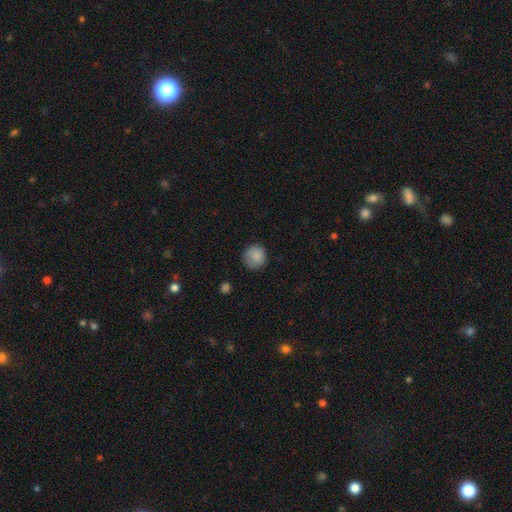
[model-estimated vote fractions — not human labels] This is clearly a smooth galaxy (85%). How rounded: clearly round (89%). Merging: likely none (77%).